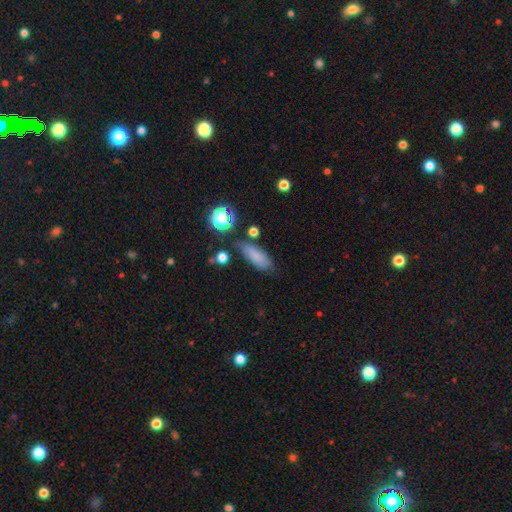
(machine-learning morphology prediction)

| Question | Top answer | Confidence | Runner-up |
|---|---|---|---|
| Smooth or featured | smooth | 78% | star or artifact (12%) |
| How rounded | in between | 67% | cigar-shaped (29%) |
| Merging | none | 69% | minor disturbance (19%) |